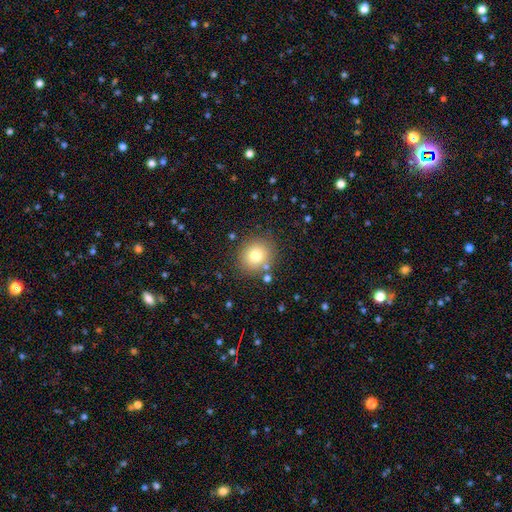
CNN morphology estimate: A smooth galaxy with no disk features (76%) that is round (84%). Merging: none (82%).